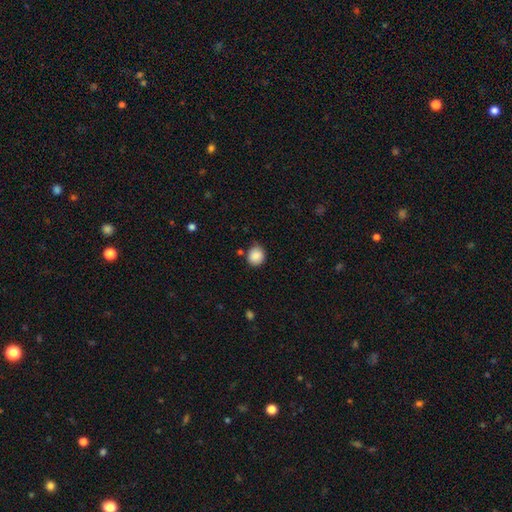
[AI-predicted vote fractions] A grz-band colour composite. It shows a smooth galaxy with no disk features (87%) that is round (83%). Merging: none (73%).